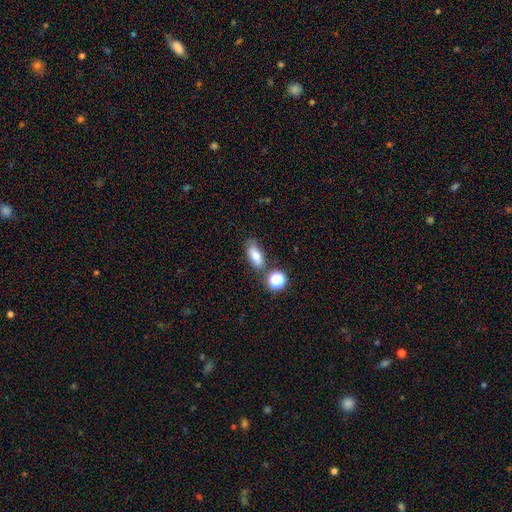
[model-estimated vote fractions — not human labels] A smooth galaxy with no disk features (73%) that is in between round and cigar-shaped (77%).

Vote fractions:
- Smooth or featured? smooth: 73% / featured or disk: 15% / star or artifact: 11%
- How rounded? in between: 77% / cigar-shaped: 15% / round: 8%
- Merging? none: 72% / minor disturbance: 15% / merger: 9% / major disturbance: 4%